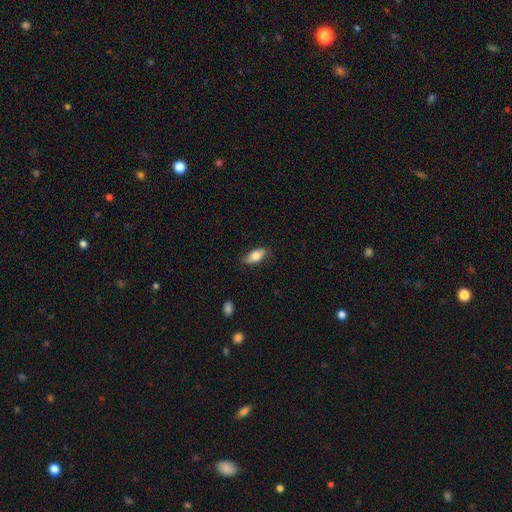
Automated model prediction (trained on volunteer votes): Morphology: type=smooth (73%); roundness=in between (84%); merging=none (80%).